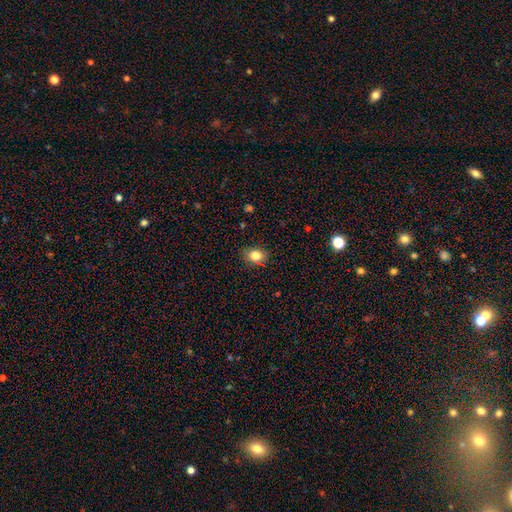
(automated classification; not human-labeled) Overall: smooth (81%). How rounded: round (50%; in between 49%). Merging: none (85%).